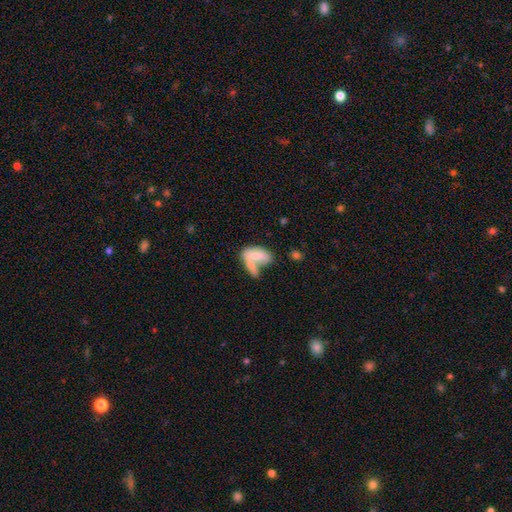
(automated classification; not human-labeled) This appears to be a smooth galaxy with no disk features (69%) that is in between round and cigar-shaped (85%). Merging: merger (54%).